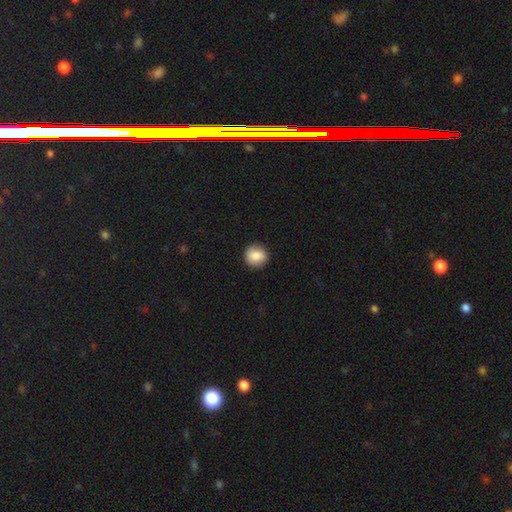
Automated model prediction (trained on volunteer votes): The model was most divided on "smooth or featured": smooth: 85%, star or artifact: 8%, featured or disk: 7%. More confident: how rounded — round (91%); merging — none (89%).